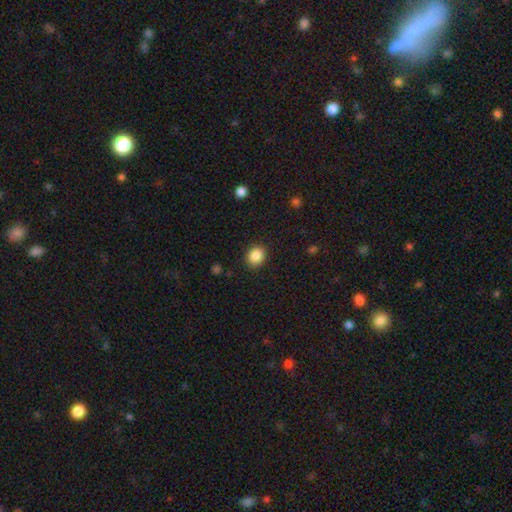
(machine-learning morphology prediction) Smooth or featured? smooth (87%)
How rounded? round (69%)
Merging? none (90%)